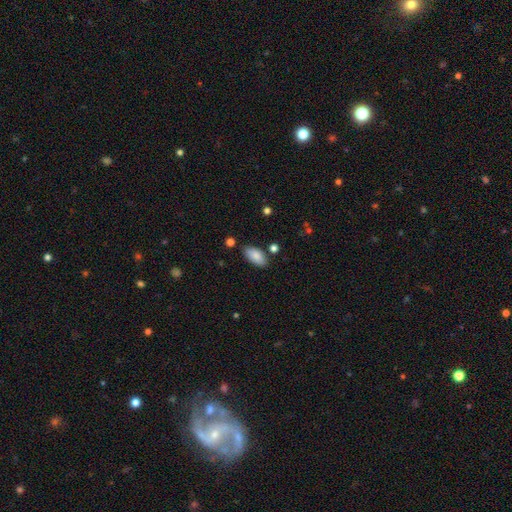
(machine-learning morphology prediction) Overall: smooth (87%). How rounded: in between (93%). Merging: none (83%).